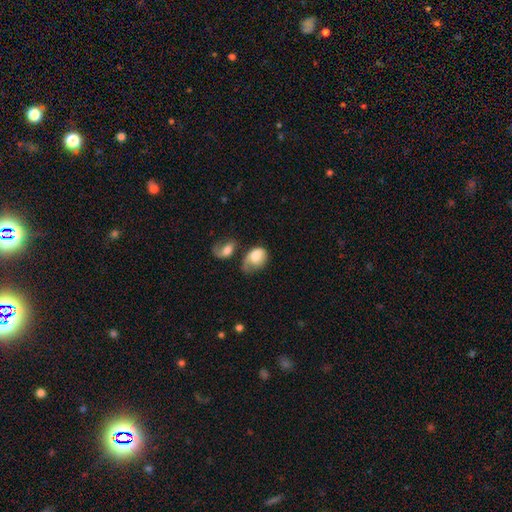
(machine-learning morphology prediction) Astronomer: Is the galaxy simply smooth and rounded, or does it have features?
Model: smooth — 70%.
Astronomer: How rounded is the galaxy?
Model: in between — 76%.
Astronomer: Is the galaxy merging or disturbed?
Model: major disturbance — 29% (runner-up: minor disturbance, 26%).